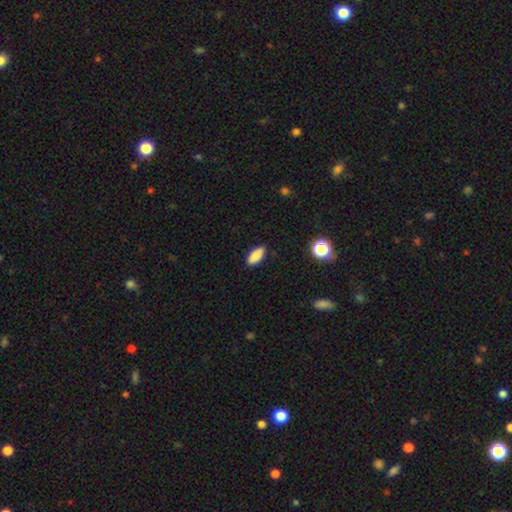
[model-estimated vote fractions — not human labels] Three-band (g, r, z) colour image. It shows a smooth galaxy with no disk features (85%) that is in between round and cigar-shaped (75%). Merging: none (88%).